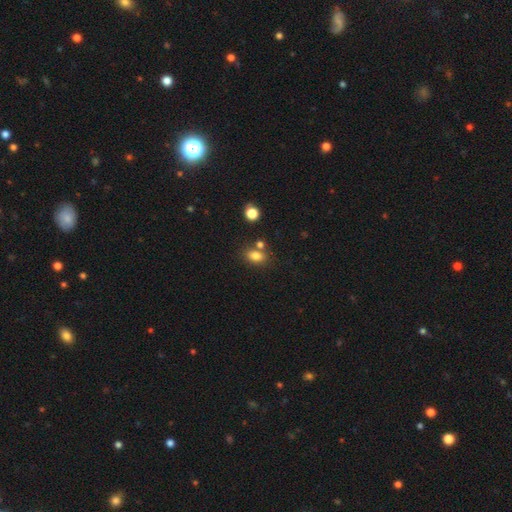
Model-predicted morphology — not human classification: Smooth or featured?
  - smooth: 81% *
  - star or artifact: 12%
  - featured or disk: 7%
How rounded?
  - in between: 78% *
  - round: 20%
  - cigar-shaped: 2%
Merging?
  - none: 66% *
  - merger: 18%
  - minor disturbance: 12%
  - major disturbance: 4%